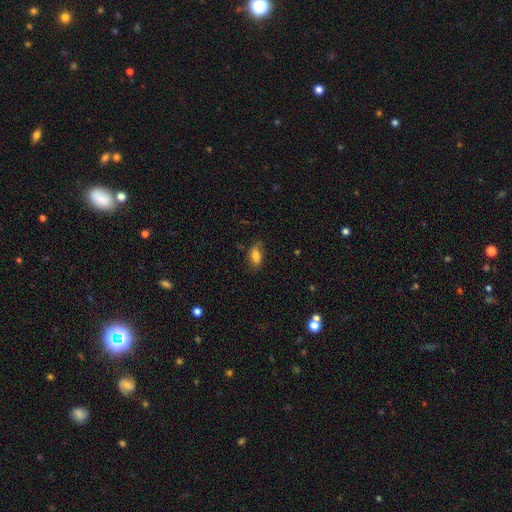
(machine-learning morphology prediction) smooth 81%, featured or disk 11%, star or artifact 8%. Down the decision tree: how rounded — in between (87%); merging — none (77%).